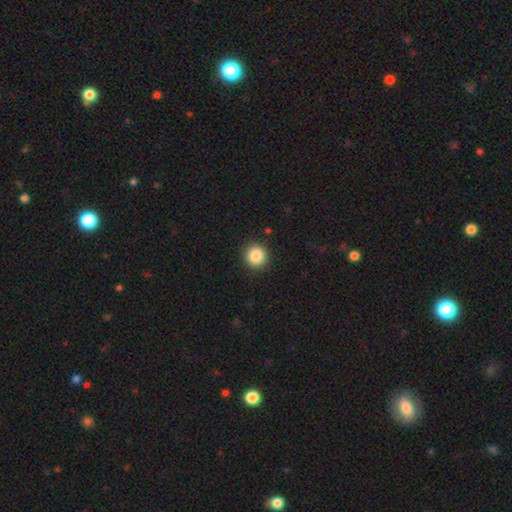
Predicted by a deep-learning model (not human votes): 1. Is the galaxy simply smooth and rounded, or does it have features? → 86% smooth, 9% star or artifact, 4% featured or disk.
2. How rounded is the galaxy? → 92% round, 7% in between, 1% cigar-shaped.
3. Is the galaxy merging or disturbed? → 92% none, 5% minor disturbance, 2% major disturbance, 1% merger.